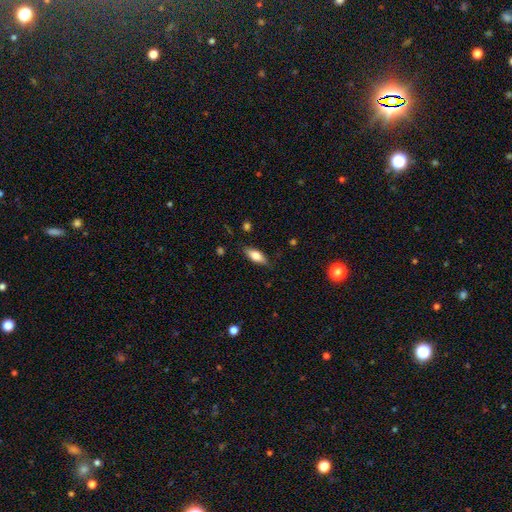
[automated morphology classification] This appears to be a smooth galaxy with no disk features (75%) that is in between round and cigar-shaped (78%). Merging: none (80%).